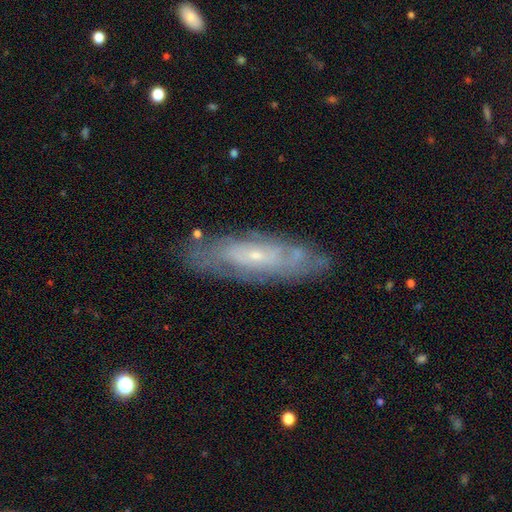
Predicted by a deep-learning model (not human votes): The model was most divided on "spiral arms": yes: 72%, no: 28%. More confident: merging — none (79%); bulge size — small (79%); edge-on disk — no (73%); bar — no (73%); smooth or featured — featured or disk (69%).